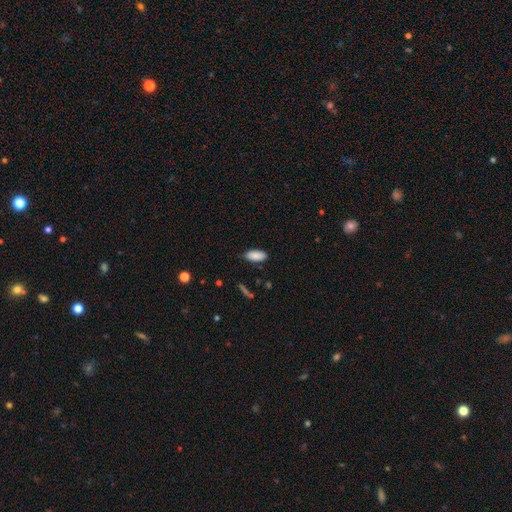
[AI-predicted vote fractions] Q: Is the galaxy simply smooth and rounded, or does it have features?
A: smooth — 88%.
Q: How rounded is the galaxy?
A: in between — 88%.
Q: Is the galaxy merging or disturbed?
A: none — 84%.